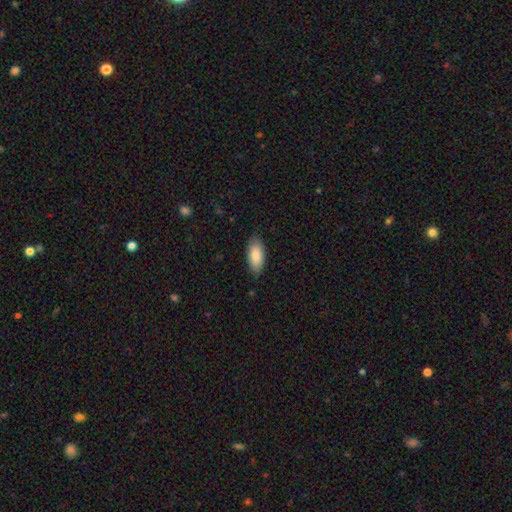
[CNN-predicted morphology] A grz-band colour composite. It shows a smooth galaxy with no disk features (83%) that is in between round and cigar-shaped (89%). Merging: none (80%).